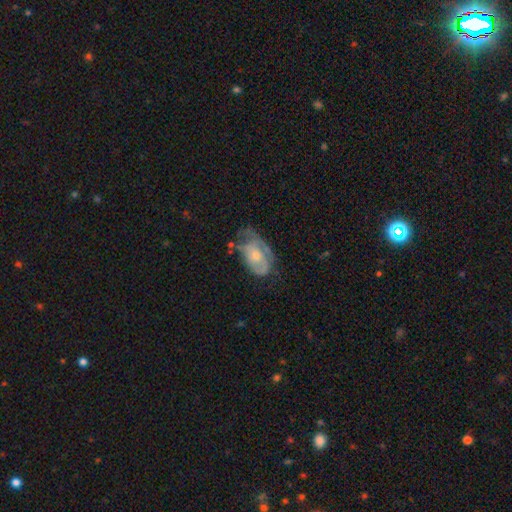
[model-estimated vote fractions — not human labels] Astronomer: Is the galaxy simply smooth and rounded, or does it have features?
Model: featured or disk — 53% (runner-up: smooth, 41%).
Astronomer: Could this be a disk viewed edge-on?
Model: no — 95%.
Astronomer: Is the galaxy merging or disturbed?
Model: minor disturbance — 35% (runner-up: none, 33%).